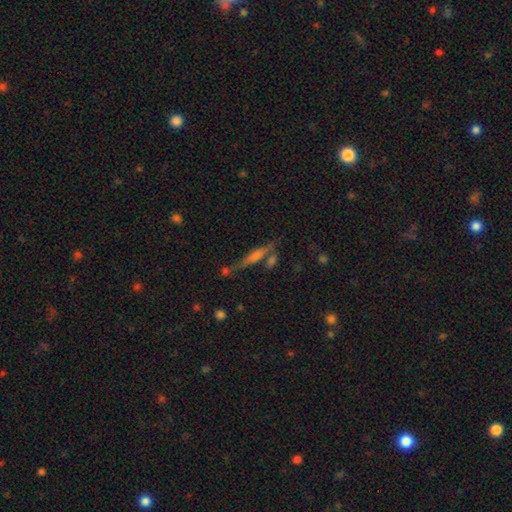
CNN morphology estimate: The model was most divided on "smooth or featured": featured or disk: 55%, smooth: 33%, star or artifact: 12%. More confident: edge-on disk — yes (93%); merging — none (68%); edge-on bulge — rounded (57%).